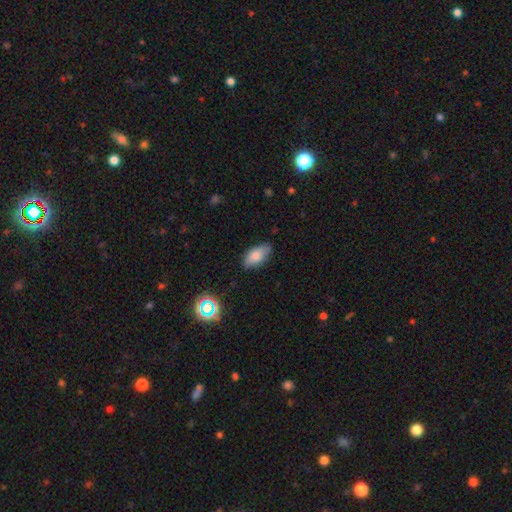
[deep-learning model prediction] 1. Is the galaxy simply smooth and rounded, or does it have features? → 79% smooth, 13% featured or disk, 8% star or artifact.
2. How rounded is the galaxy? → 91% in between, 6% cigar-shaped, 3% round.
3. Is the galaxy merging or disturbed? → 79% none, 16% minor disturbance, 3% major disturbance, 1% merger.